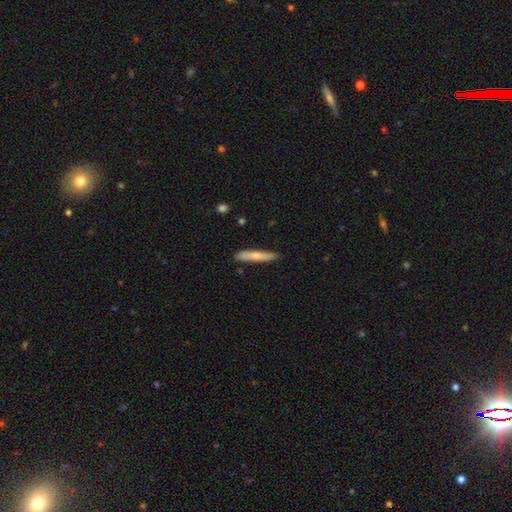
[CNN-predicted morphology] smooth 67%, featured or disk 27%, star or artifact 5%. Down the decision tree: how rounded — cigar-shaped (92%); merging — none (85%).